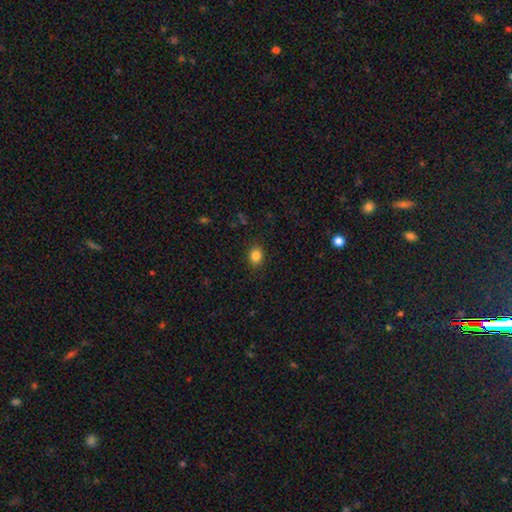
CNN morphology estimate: This is clearly a smooth galaxy (84%). How rounded: possibly in between (51%). Merging: clearly none (88%).